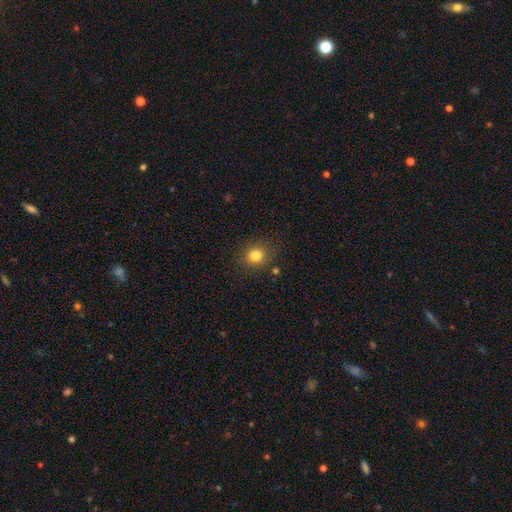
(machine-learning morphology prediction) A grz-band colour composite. It shows a smooth galaxy with no disk features (81%) that is round (87%). Merging: none (86%).